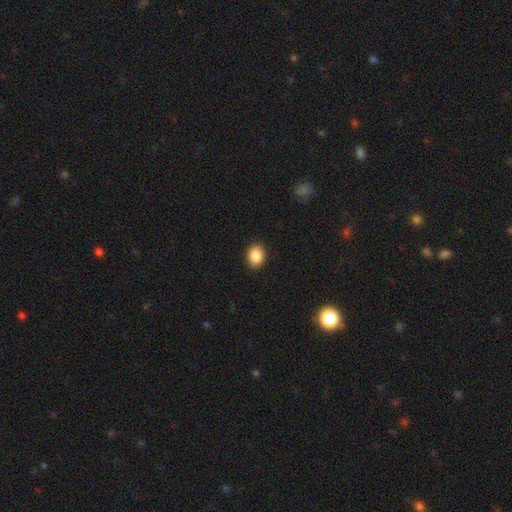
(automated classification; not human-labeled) Smooth or featured?
  - smooth: 88% *
  - star or artifact: 8%
  - featured or disk: 4%
How rounded?
  - in between: 60% *
  - round: 39%
  - cigar-shaped: 1%
Merging?
  - none: 91% *
  - minor disturbance: 6%
  - major disturbance: 2%
  - merger: 1%